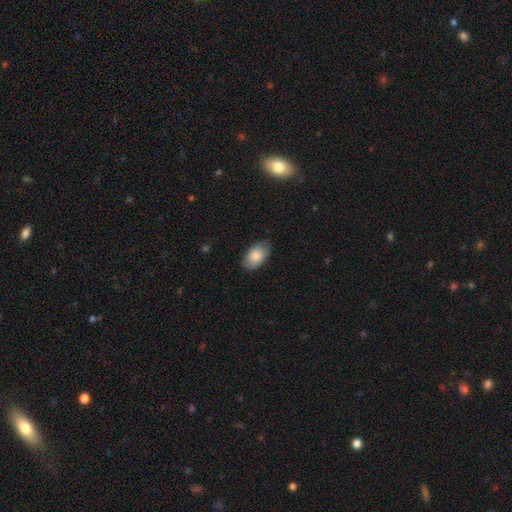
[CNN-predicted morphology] A smooth galaxy with no disk features (82%) that is in between round and cigar-shaped (93%). Merging: none (81%).